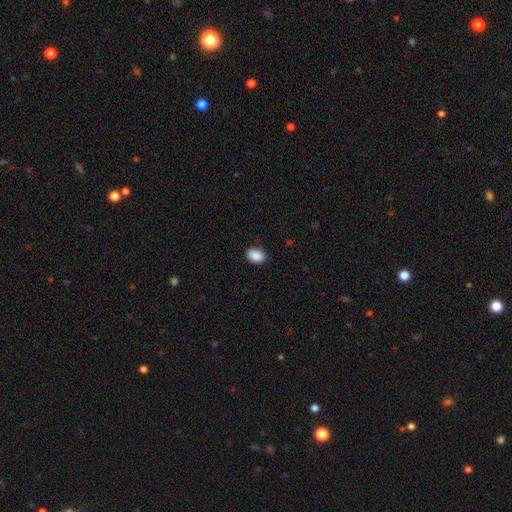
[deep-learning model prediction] Smooth or featured: smooth — 89% (star or artifact — 8%)
How rounded: in between — 82% (round — 16%)
Merging: none — 83% (minor disturbance — 13%)